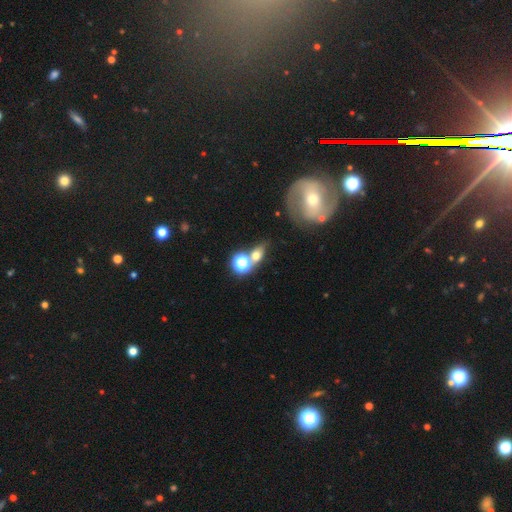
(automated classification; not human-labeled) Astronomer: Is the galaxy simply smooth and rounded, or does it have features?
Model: smooth — 59%.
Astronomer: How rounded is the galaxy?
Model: in between — 52% (runner-up: round, 43%).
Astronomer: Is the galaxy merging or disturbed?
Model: none — 54%.